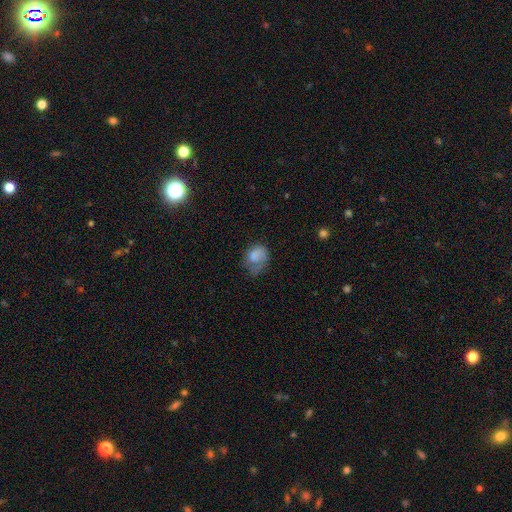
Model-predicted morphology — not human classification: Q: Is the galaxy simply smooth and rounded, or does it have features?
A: smooth — 69%.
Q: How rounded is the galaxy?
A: in between — 60%.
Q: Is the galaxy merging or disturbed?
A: major disturbance — 36%.